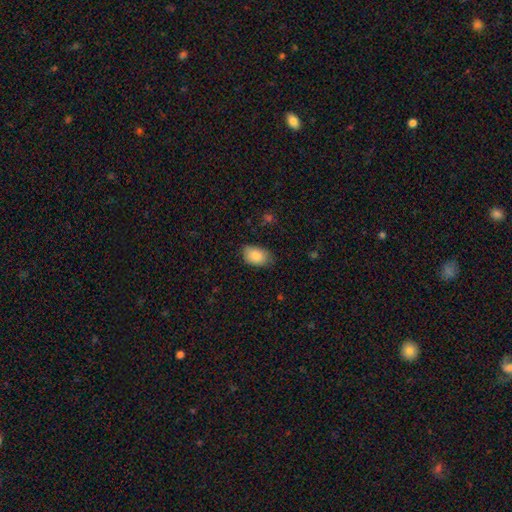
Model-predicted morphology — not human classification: type=smooth (86%); roundness=in between (90%); merging=none (75%).